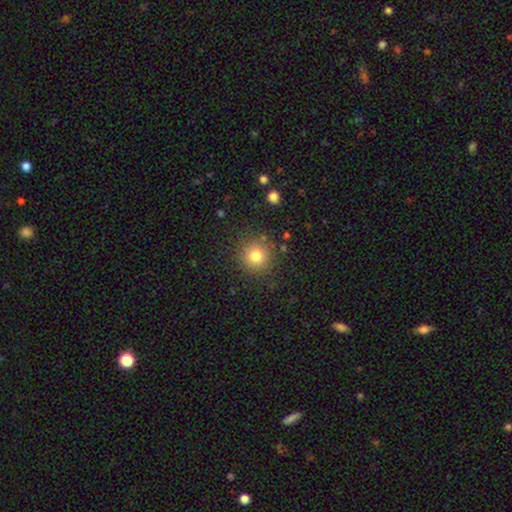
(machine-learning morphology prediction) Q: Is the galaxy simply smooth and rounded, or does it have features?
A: smooth — 79%.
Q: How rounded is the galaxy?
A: round — 94%.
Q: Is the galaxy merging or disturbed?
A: none — 87%.